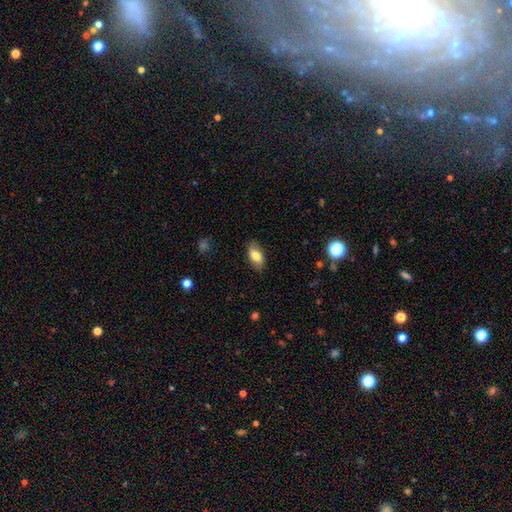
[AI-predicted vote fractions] The model was most divided on "smooth or featured": smooth: 73%, featured or disk: 20%, star or artifact: 7%. More confident: how rounded — in between (90%); merging — none (82%).